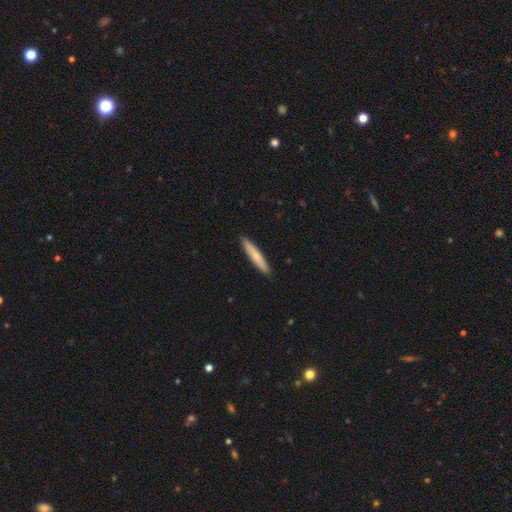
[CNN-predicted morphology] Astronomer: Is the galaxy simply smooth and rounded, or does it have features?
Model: smooth — 74%.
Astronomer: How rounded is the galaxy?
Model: cigar-shaped — 92%.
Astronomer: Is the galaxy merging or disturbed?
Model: none — 91%.